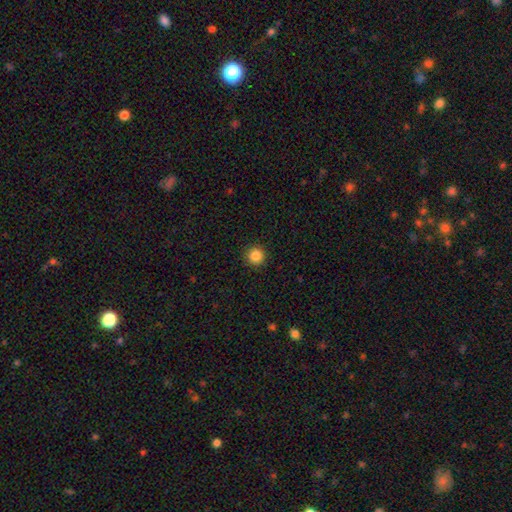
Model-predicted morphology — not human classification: Smooth or featured?
  - smooth: 86% *
  - star or artifact: 11%
  - featured or disk: 3%
How rounded?
  - round: 96% *
  - in between: 3%
  - cigar-shaped: 1%
Merging?
  - none: 92% *
  - minor disturbance: 5%
  - major disturbance: 2%
  - merger: 1%